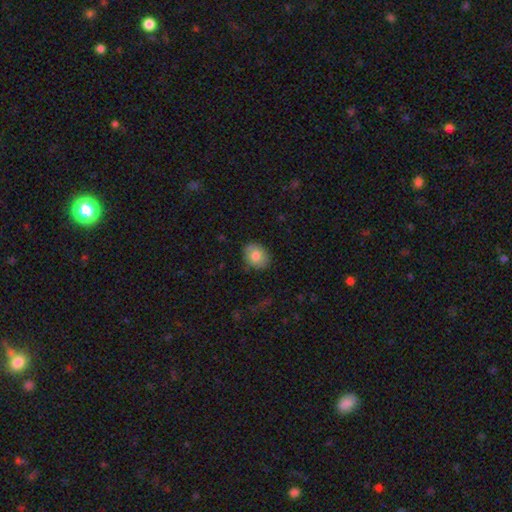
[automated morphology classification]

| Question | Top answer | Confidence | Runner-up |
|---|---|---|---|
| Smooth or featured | smooth | 79% | featured or disk (14%) |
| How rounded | round | 58% | in between (41%) |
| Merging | none | 83% | minor disturbance (13%) |